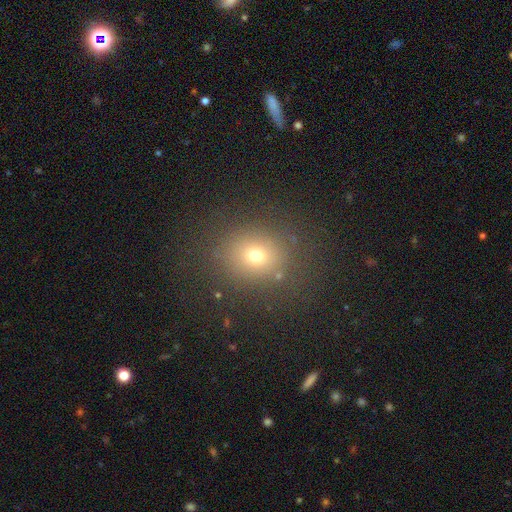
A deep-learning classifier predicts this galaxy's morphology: smooth_or_featured: smooth (p=0.70) [alt: star or artifact p=0.20]
how_rounded: round (p=0.70) [alt: in between p=0.29]
merging: none (p=0.84) [alt: minor disturbance p=0.10]